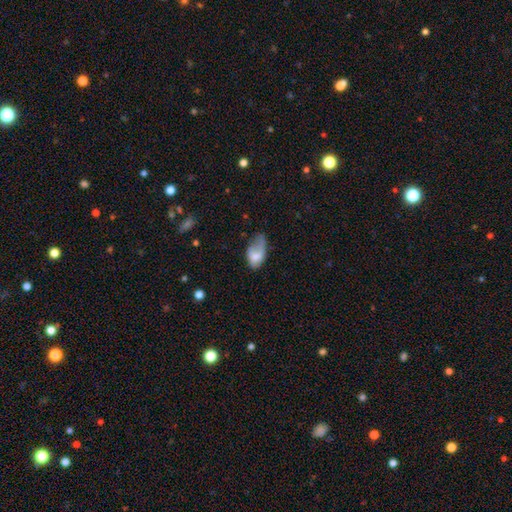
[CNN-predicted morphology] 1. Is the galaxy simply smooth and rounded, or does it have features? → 68% smooth, 25% featured or disk, 8% star or artifact.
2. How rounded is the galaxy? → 92% in between, 6% round, 2% cigar-shaped.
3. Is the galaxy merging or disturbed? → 36% major disturbance (tied), 36% minor disturbance (tied), 23% none, 4% merger.